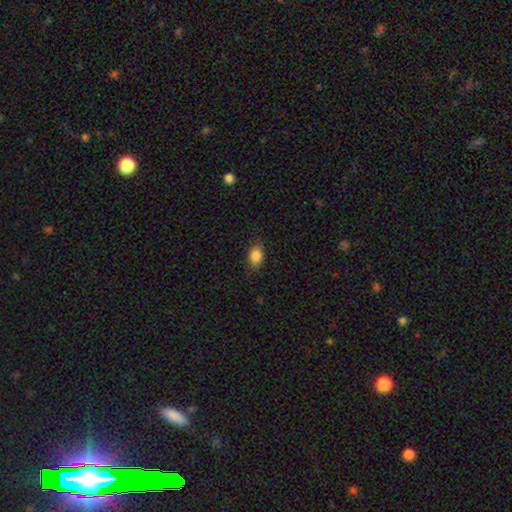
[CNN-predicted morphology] type=smooth (86%); roundness=in between (72%); merging=none (83%).